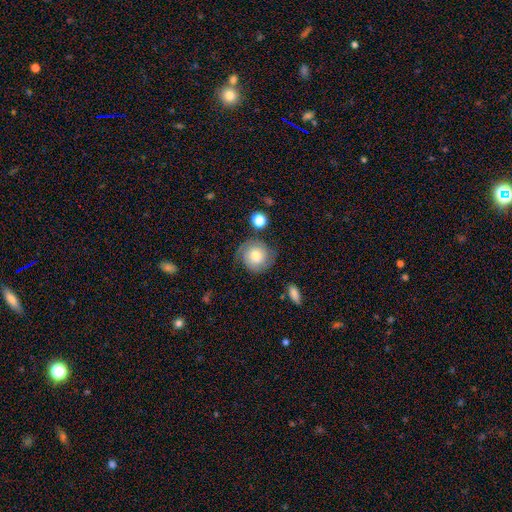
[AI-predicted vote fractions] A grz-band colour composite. It shows a smooth galaxy with no disk features (51%) that is round (88%). Merging: none (72%).